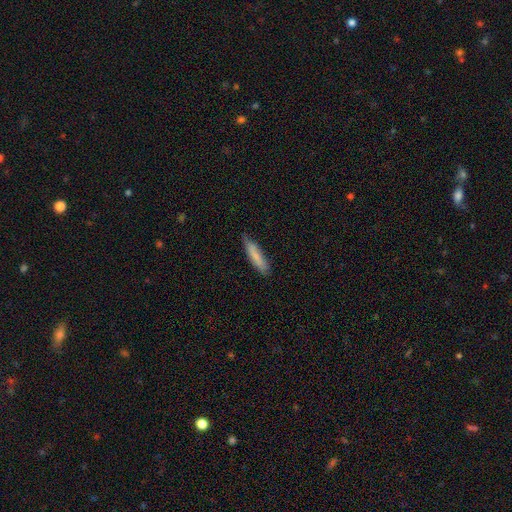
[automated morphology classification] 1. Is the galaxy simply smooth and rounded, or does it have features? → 78% smooth, 16% featured or disk, 6% star or artifact.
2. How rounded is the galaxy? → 80% cigar-shaped, 18% in between, 1% round.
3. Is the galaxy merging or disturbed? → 75% none, 20% minor disturbance, 3% major disturbance, 1% merger.